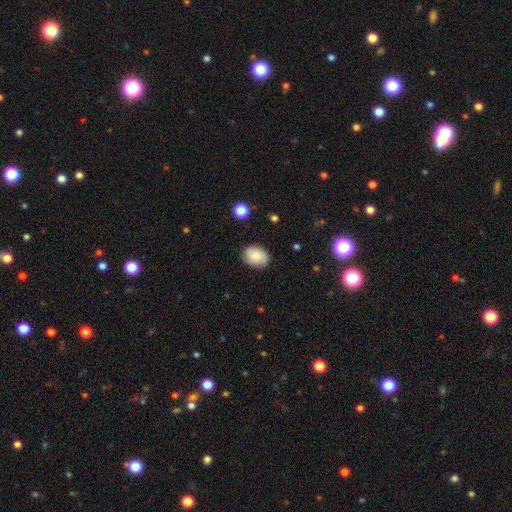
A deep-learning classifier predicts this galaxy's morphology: The model was most divided on "how rounded": in between: 66%, round: 33%, cigar-shaped: 1%. More confident: smooth or featured — smooth (84%); merging — none (84%).